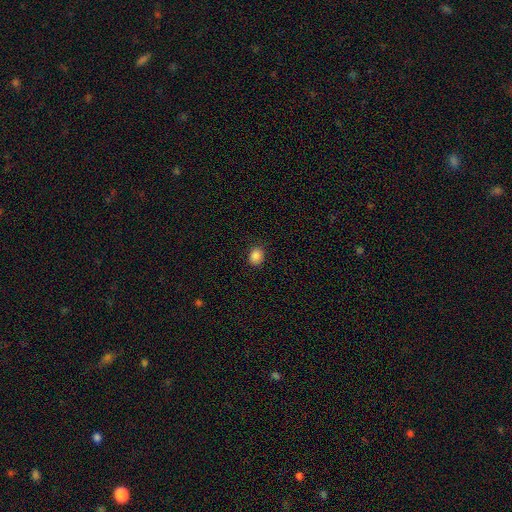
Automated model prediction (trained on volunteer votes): Morphology: type=smooth (86%); roundness=round (54%); merging=none (86%).